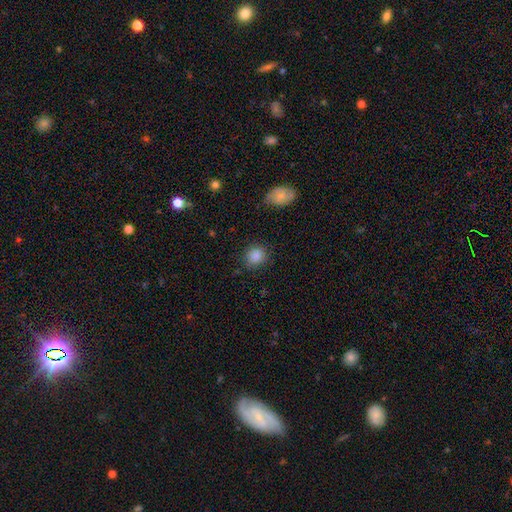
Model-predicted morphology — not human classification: A smooth galaxy with no disk features (87%) that is round (80%).

Vote fractions:
- Smooth or featured? smooth: 87% / star or artifact: 9% / featured or disk: 4%
- How rounded? round: 80% / in between: 19% / cigar-shaped: 1%
- Merging? none: 83% / minor disturbance: 12% / major disturbance: 3% / merger: 2%